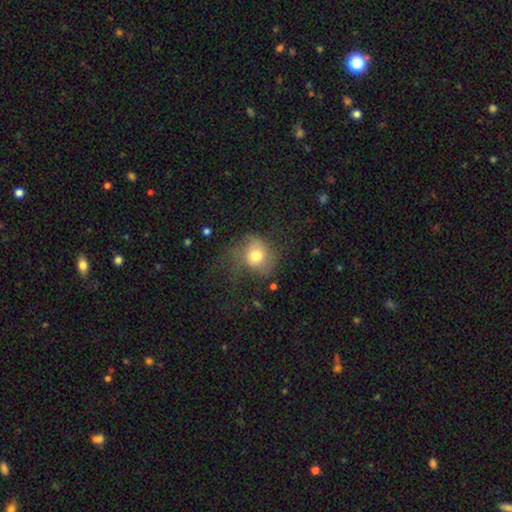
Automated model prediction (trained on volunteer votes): Q: Smooth or featured?
A: smooth (65%); runner-up: featured or disk (22%)
Q: How rounded?
A: round (71%); runner-up: in between (28%)
Q: Merging?
A: none (43%); runner-up: major disturbance (31%)